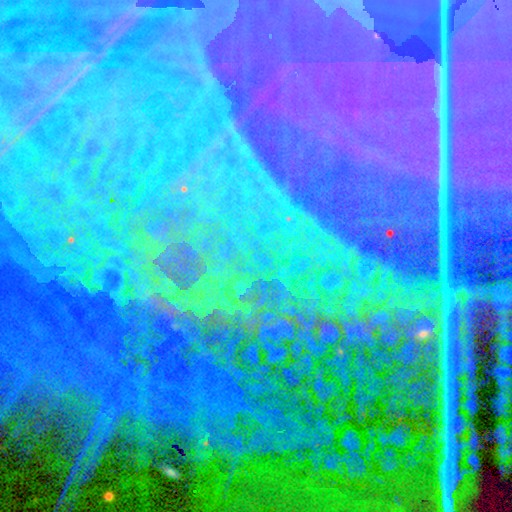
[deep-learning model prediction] A star or artifact, not a galaxy (87%).

Vote fractions:
- Smooth or featured? star or artifact: 87% / featured or disk: 8% / smooth: 6%